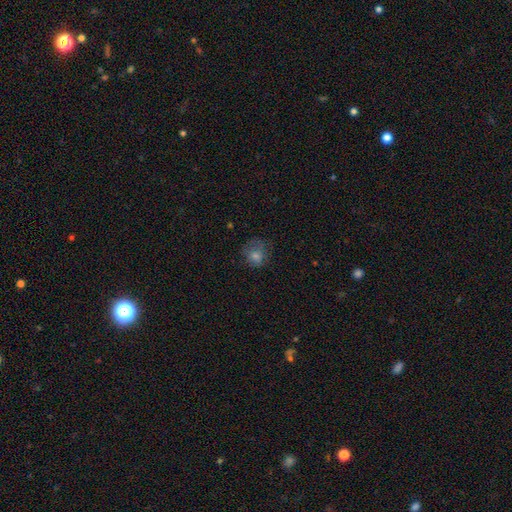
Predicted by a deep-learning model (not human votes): Morphology: type=smooth (69%); roundness=round (78%); merging=none (62%).